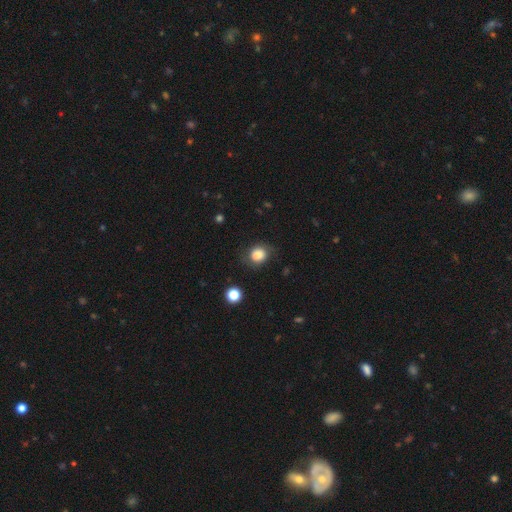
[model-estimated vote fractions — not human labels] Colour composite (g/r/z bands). It shows a smooth galaxy with no disk features (82%) that is round (65%). Merging: none (72%).